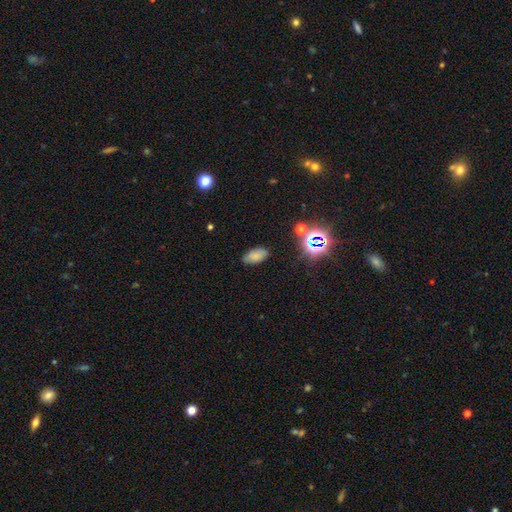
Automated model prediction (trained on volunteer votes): Smooth or featured? smooth (74%)
How rounded? in between (93%)
Merging? none (81%)